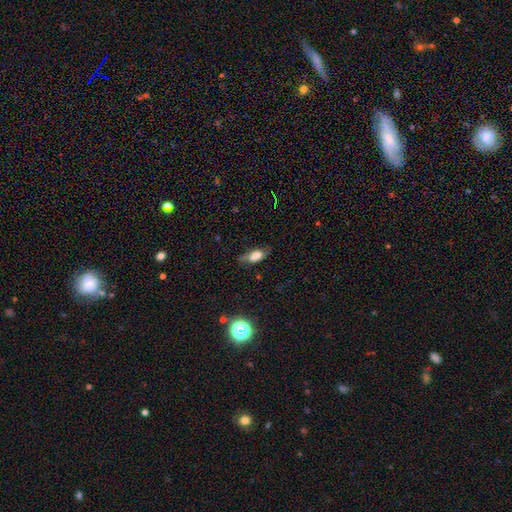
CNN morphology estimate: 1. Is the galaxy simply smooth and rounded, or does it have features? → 71% smooth, 18% featured or disk, 11% star or artifact.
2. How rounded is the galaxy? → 81% in between, 14% cigar-shaped, 6% round.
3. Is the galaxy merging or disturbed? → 57% none, 30% minor disturbance, 11% major disturbance, 3% merger.